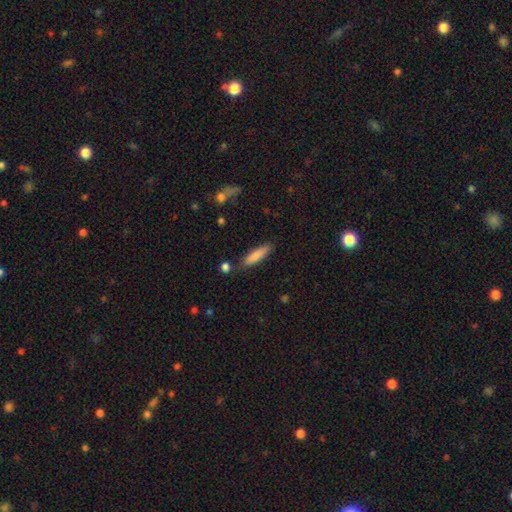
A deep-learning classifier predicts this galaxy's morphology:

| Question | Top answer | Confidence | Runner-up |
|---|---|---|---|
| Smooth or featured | smooth | 82% | featured or disk (11%) |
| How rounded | cigar-shaped | 75% | in between (23%) |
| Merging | none | 83% | minor disturbance (11%) |